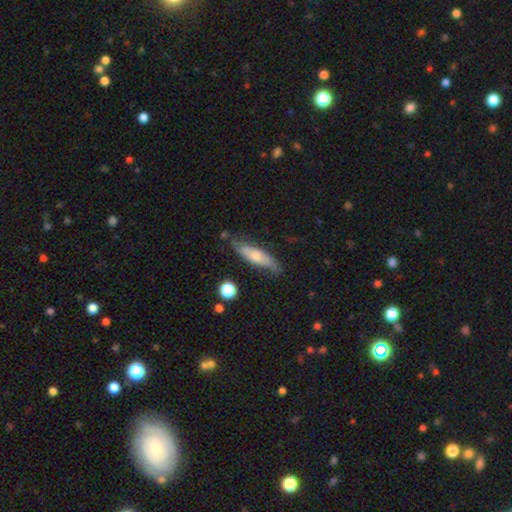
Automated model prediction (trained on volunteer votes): A smooth galaxy with no disk features (52%) that is cigar-shaped (61%).

Vote fractions:
- Smooth or featured? smooth: 52% / featured or disk: 41% / star or artifact: 7%
- How rounded? cigar-shaped: 61% / in between: 37% / round: 2%
- Merging? none: 65% / minor disturbance: 25% / major disturbance: 7% / merger: 3%